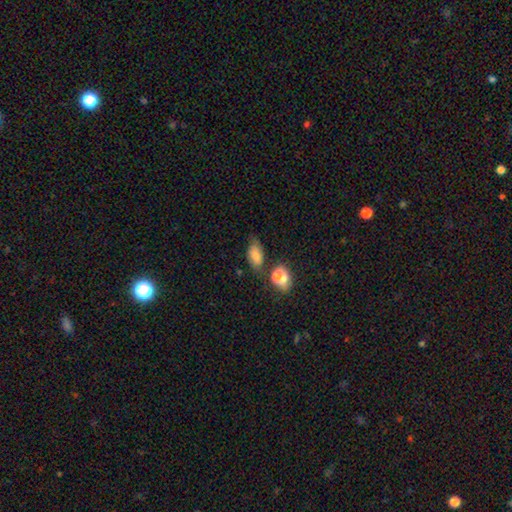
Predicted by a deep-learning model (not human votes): A smooth galaxy with no disk features (79%) that is in between round and cigar-shaped (87%).

Vote fractions:
- Smooth or featured? smooth: 79% / star or artifact: 11% / featured or disk: 10%
- How rounded? in between: 87% / round: 10% / cigar-shaped: 3%
- Merging? none: 56% / minor disturbance: 24% / merger: 13% / major disturbance: 8%